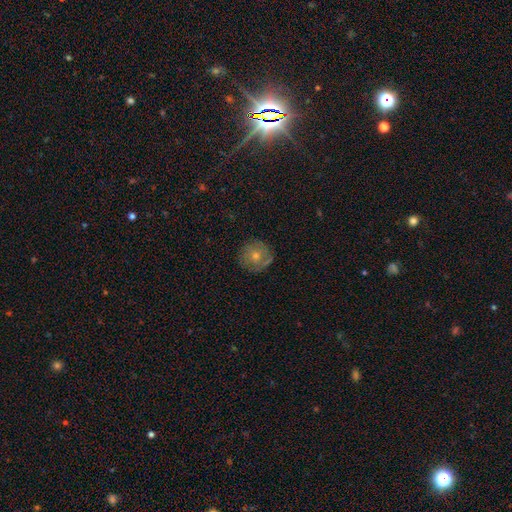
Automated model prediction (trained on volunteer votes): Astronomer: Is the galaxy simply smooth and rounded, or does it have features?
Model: featured or disk — 45% (runner-up: smooth, 40%).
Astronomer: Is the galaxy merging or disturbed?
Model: none — 83%.